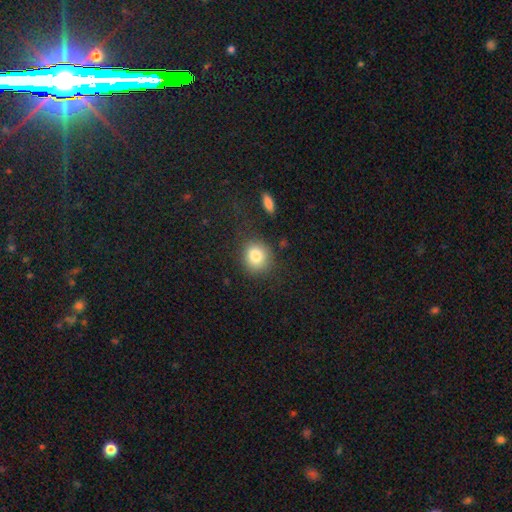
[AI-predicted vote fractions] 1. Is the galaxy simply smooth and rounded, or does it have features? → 82% smooth, 10% star or artifact, 8% featured or disk.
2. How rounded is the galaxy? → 78% round, 21% in between, 1% cigar-shaped.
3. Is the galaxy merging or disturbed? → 80% none, 12% minor disturbance, 5% major disturbance, 3% merger.